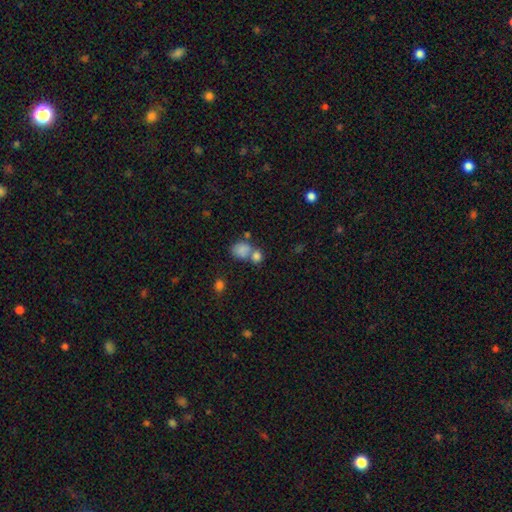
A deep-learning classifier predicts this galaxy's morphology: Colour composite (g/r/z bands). It shows a smooth galaxy with no disk features (51%) that is round (58%). Merging: none (54%).